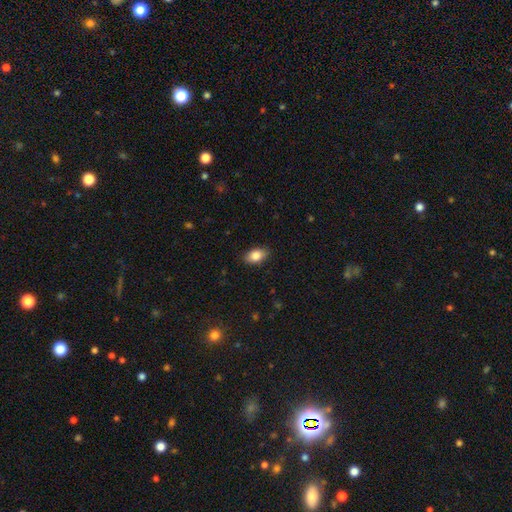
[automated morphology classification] smooth_or_featured: smooth (p=0.84) [alt: featured or disk p=0.08]
how_rounded: in between (p=0.90) [alt: round p=0.08]
merging: none (p=0.87) [alt: minor disturbance p=0.10]